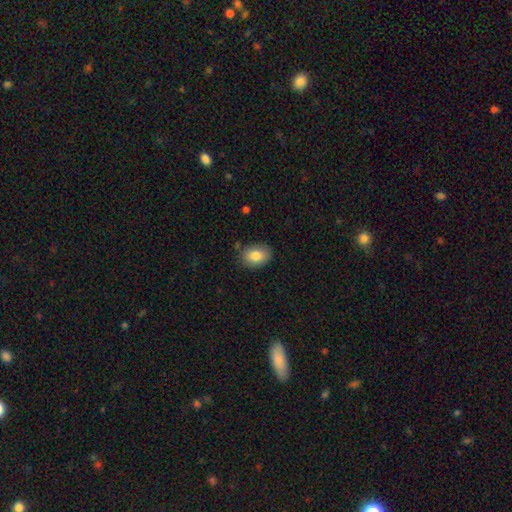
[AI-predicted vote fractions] Morphology: type=smooth (83%); roundness=in between (75%); merging=none (81%).